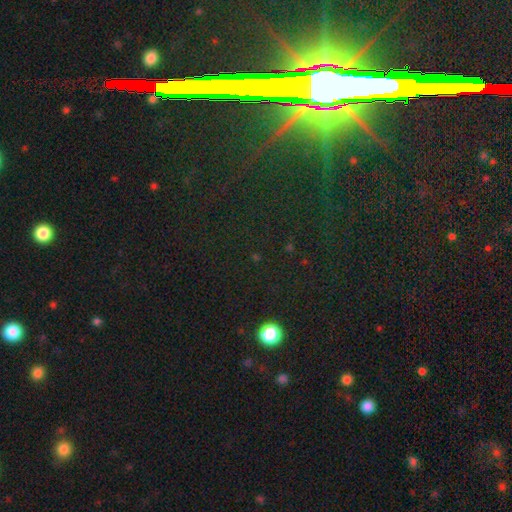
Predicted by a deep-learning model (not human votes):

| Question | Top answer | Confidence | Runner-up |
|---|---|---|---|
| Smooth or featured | star or artifact | 73% | smooth (14%) |